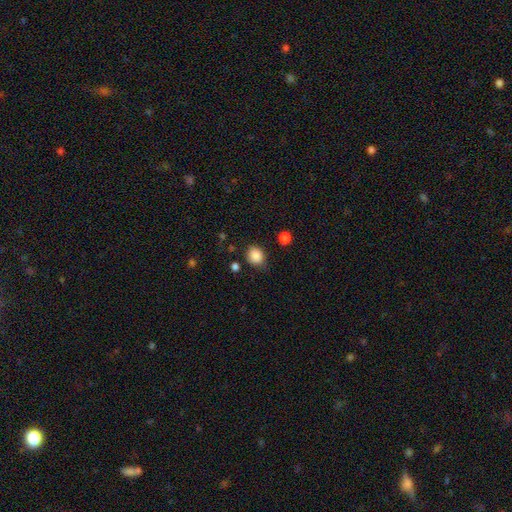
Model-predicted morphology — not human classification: type=smooth (87%); roundness=round (65%); merging=none (75%).